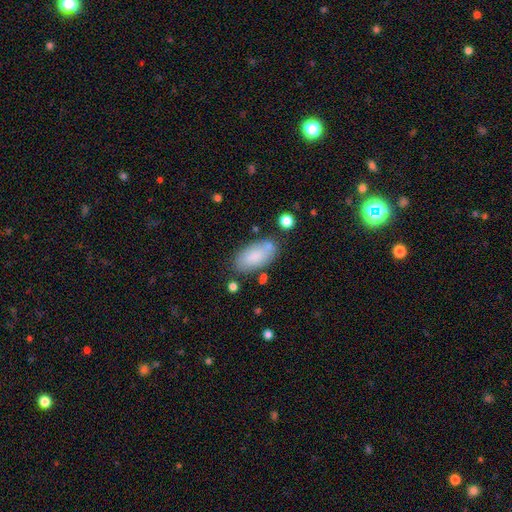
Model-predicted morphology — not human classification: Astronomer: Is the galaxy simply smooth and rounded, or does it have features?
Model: smooth — 81%.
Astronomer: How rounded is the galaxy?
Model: in between — 92%.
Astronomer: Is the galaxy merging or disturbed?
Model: none — 71%.